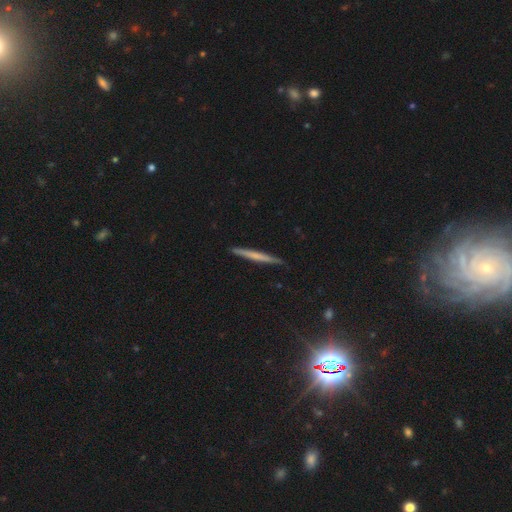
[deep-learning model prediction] Smooth or featured: smooth — 53% (featured or disk — 41%)
How rounded: cigar-shaped — 97% (in between — 2%)
Merging: none — 90% (minor disturbance — 8%)